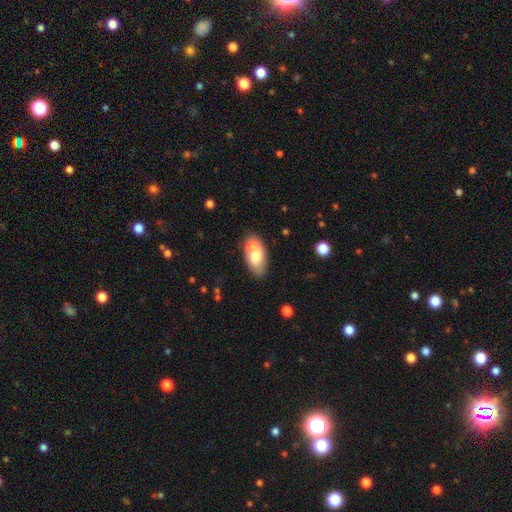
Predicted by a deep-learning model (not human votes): The model was most divided on "merging": merger: 42%, none: 41%, minor disturbance: 12%, major disturbance: 4%. More confident: how rounded — in between (85%); smooth or featured — smooth (67%).